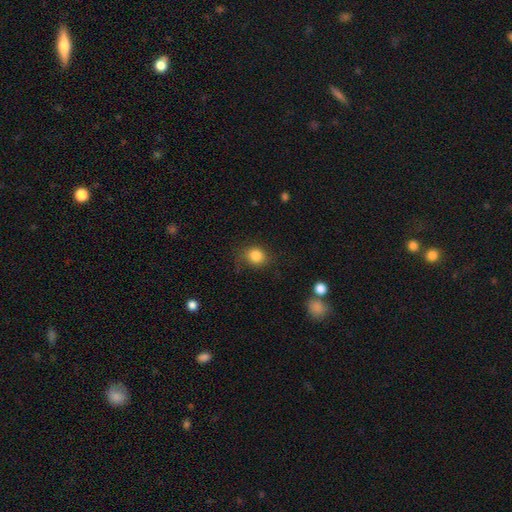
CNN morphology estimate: Q: Smooth or featured?
A: smooth (84%); runner-up: star or artifact (10%)
Q: How rounded?
A: round (72%); runner-up: in between (27%)
Q: Merging?
A: none (73%); runner-up: minor disturbance (18%)